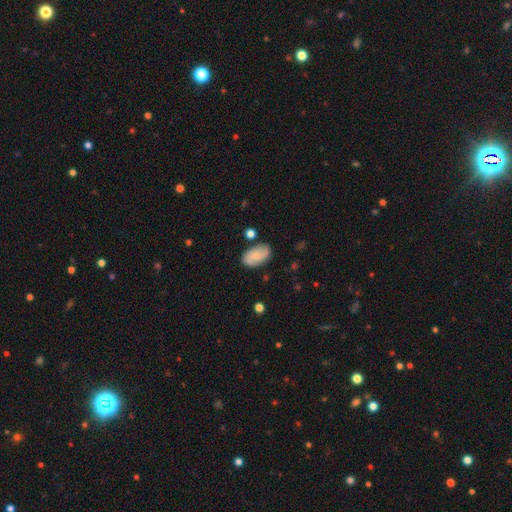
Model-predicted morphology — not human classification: Q: Smooth or featured?
A: smooth (62%); runner-up: featured or disk (30%)
Q: How rounded?
A: in between (92%); runner-up: round (6%)
Q: Merging?
A: none (77%); runner-up: minor disturbance (15%)